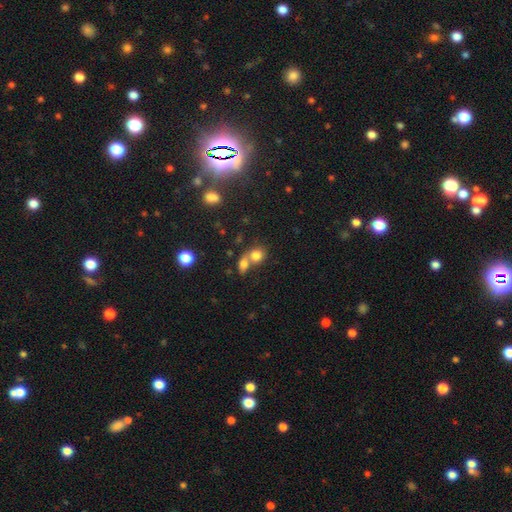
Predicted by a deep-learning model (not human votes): The model was most divided on "merging": merger: 59%, none: 30%, minor disturbance: 7%, major disturbance: 4%. More confident: smooth or featured — smooth (78%); how rounded — round (66%).